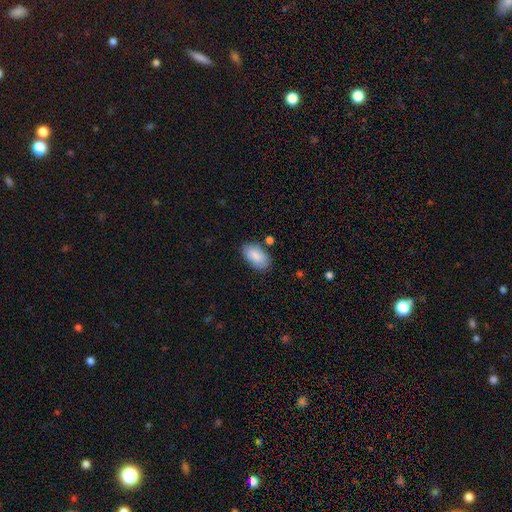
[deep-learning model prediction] Smooth or featured? Predicted: smooth (p=0.87). How rounded? Predicted: in between (p=0.94). Merging? Predicted: none (p=0.76).